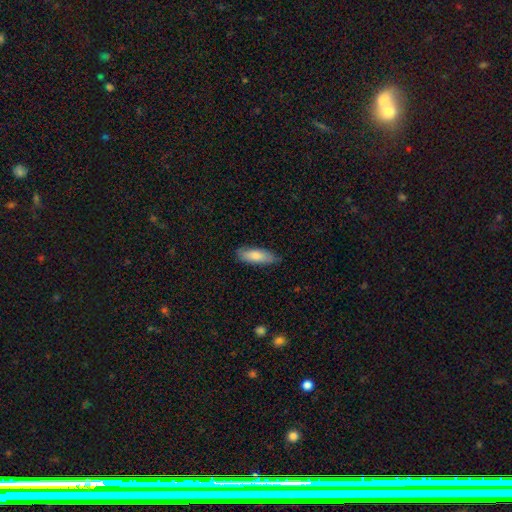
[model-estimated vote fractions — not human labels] Smooth or featured: smooth — 80% (featured or disk — 14%)
How rounded: in between — 62% (cigar-shaped — 37%)
Merging: none — 78% (minor disturbance — 18%)